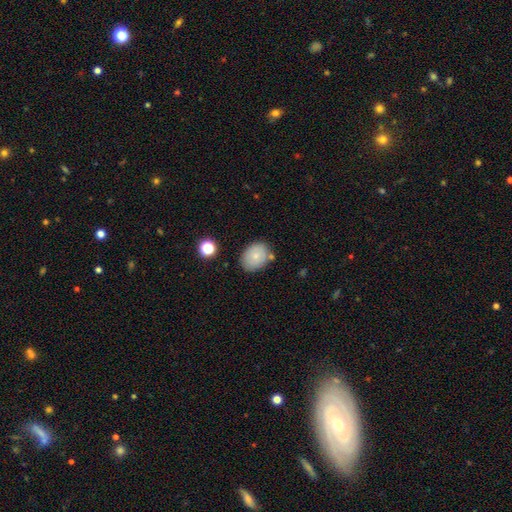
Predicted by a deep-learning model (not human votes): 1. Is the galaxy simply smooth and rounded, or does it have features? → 77% smooth, 15% featured or disk, 8% star or artifact.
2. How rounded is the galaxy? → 68% in between, 31% round, 1% cigar-shaped.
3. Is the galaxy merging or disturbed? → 75% none, 16% minor disturbance, 6% merger, 4% major disturbance.